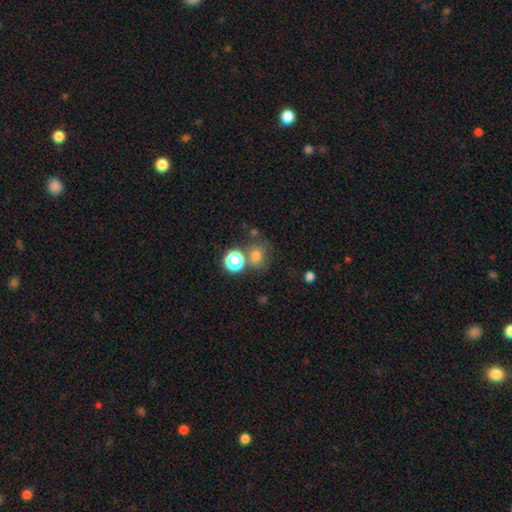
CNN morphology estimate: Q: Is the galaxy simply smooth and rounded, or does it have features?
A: smooth — 70%.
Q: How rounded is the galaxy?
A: round — 77%.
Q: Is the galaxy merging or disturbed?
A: none — 61%.